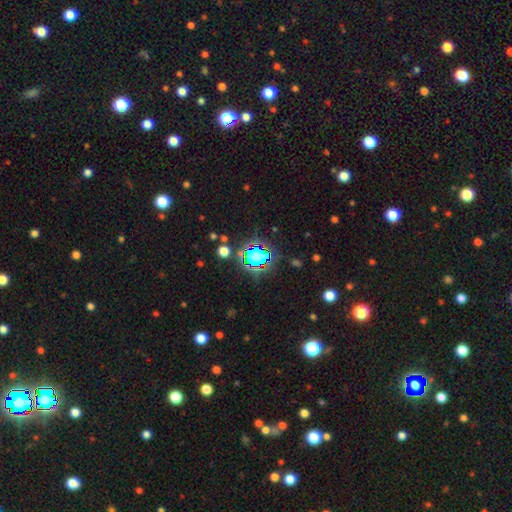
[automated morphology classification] Smooth or featured?
  - star or artifact: 57% *
  - smooth: 32%
  - featured or disk: 11%